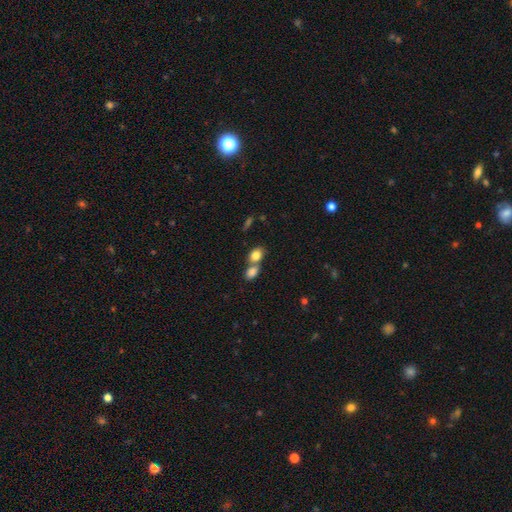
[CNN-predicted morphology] smooth_or_featured: smooth (p=0.82) [alt: featured or disk p=0.10]
how_rounded: in between (p=0.67) [alt: round p=0.30]
merging: merger (p=0.58) [alt: none p=0.32]